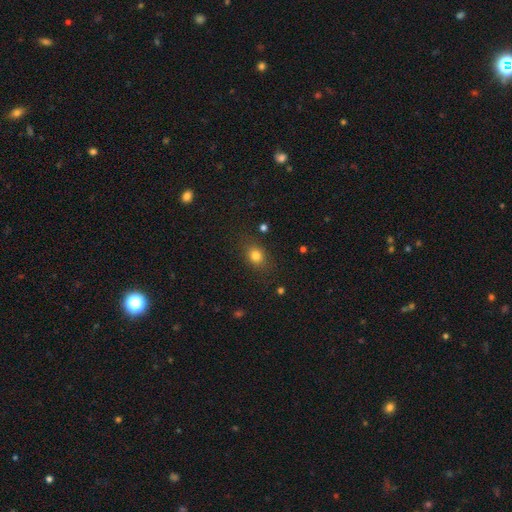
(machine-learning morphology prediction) smooth-or-featured: smooth: 80% | star or artifact: 12% | featured or disk: 8%
  how-rounded: in between: 51% | round: 47% | cigar-shaped: 2%
  merging: none: 81% | minor disturbance: 13% | major disturbance: 4% | merger: 2%